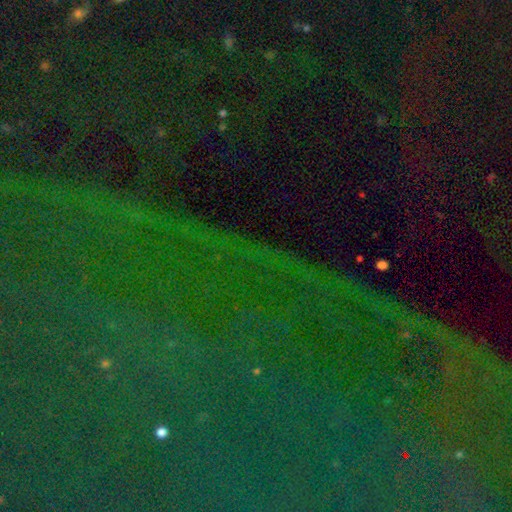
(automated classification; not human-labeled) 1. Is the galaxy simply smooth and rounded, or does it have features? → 83% star or artifact, 8% smooth, 8% featured or disk.